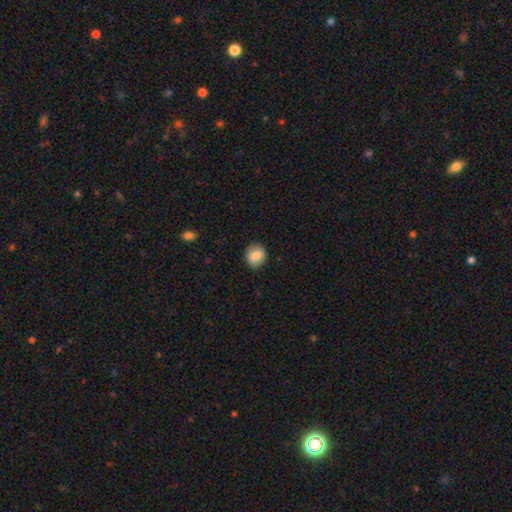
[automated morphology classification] Q: Smooth or featured?
A: smooth (85%); runner-up: star or artifact (8%)
Q: How rounded?
A: round (77%); runner-up: in between (22%)
Q: Merging?
A: none (89%); runner-up: minor disturbance (8%)